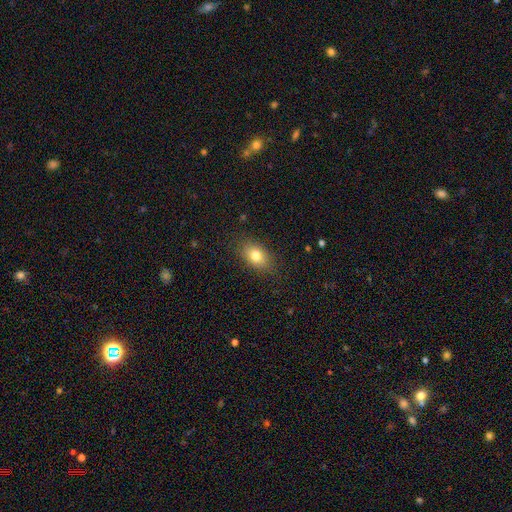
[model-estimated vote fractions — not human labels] A smooth galaxy with no disk features (78%) that is in between round and cigar-shaped (80%).

Vote fractions:
- Smooth or featured? smooth: 78% / featured or disk: 11% / star or artifact: 10%
- How rounded? in between: 80% / round: 17% / cigar-shaped: 3%
- Merging? none: 85% / minor disturbance: 11% / major disturbance: 3% / merger: 1%